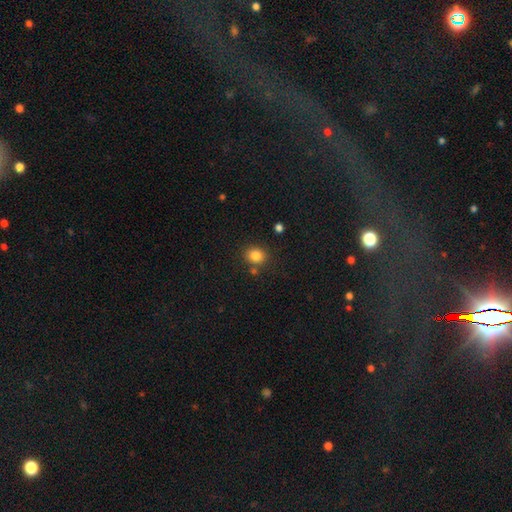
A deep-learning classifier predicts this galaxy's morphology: A smooth galaxy with no disk features (83%) that is round (69%).

Vote fractions:
- Smooth or featured? smooth: 83% / star or artifact: 11% / featured or disk: 6%
- How rounded? round: 69% / in between: 30% / cigar-shaped: 1%
- Merging? none: 79% / minor disturbance: 10% / merger: 8% / major disturbance: 3%